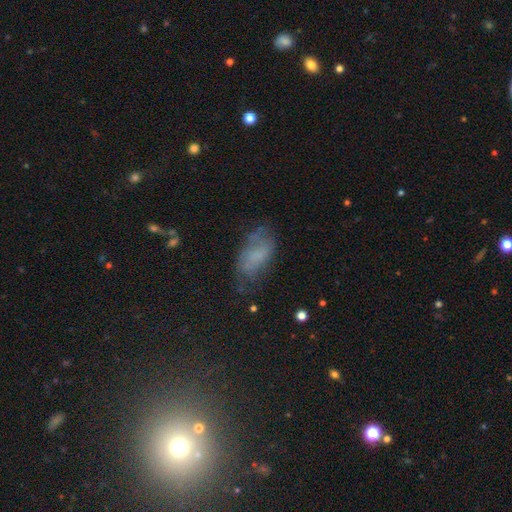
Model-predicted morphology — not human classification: A smooth galaxy with no disk features (57%) that is in between round and cigar-shaped (91%).

Vote fractions:
- Smooth or featured? smooth: 57% / featured or disk: 28% / star or artifact: 15%
- How rounded? in between: 91% / cigar-shaped: 5% / round: 4%
- Merging? none: 50% / minor disturbance: 29% / major disturbance: 19% / merger: 3%